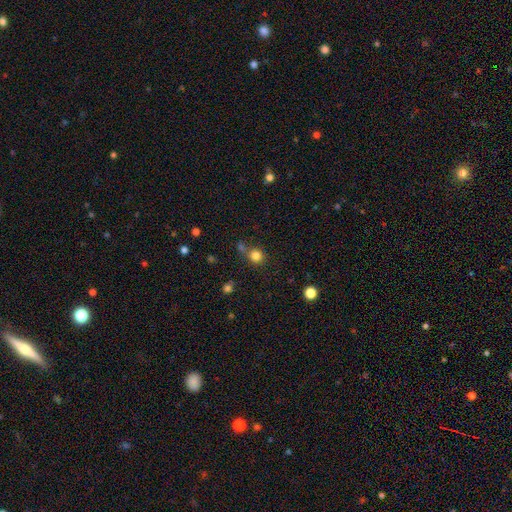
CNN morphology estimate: Smooth or featured?
  - smooth: 81% *
  - star or artifact: 13%
  - featured or disk: 6%
How rounded?
  - round: 88% *
  - in between: 11%
  - cigar-shaped: 1%
Merging?
  - none: 65% *
  - merger: 19%
  - minor disturbance: 12%
  - major disturbance: 5%